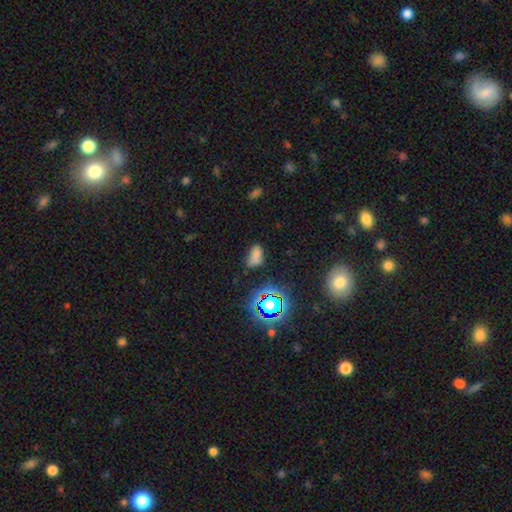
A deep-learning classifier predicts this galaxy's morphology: Q: Smooth or featured?
A: smooth (63%); runner-up: star or artifact (26%)
Q: How rounded?
A: in between (87%); runner-up: round (8%)
Q: Merging?
A: none (54%); runner-up: minor disturbance (26%)